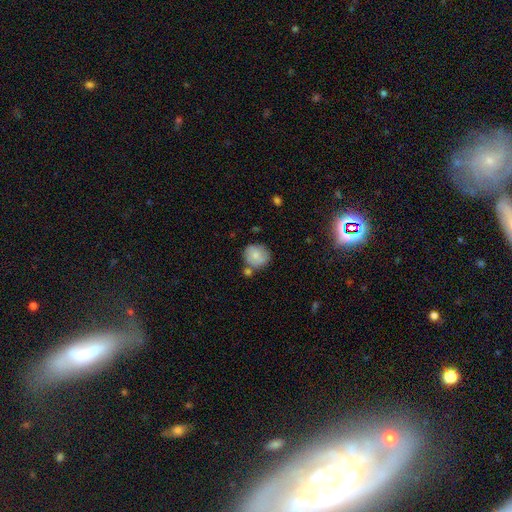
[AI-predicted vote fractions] smooth_or_featured: smooth (p=0.78) [alt: featured or disk p=0.14]
how_rounded: round (p=0.86) [alt: in between p=0.13]
merging: none (p=0.64) [alt: minor disturbance p=0.17]